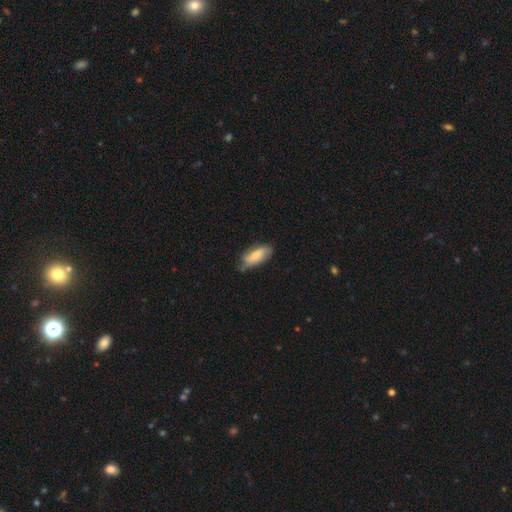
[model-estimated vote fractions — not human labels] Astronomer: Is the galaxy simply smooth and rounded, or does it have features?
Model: smooth — 58% (runner-up: featured or disk, 36%).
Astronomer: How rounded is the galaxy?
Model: in between — 80%.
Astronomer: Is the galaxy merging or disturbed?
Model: none — 60%.